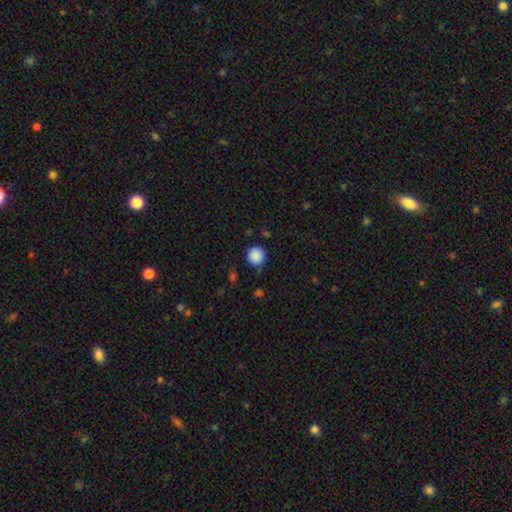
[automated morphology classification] A smooth galaxy with no disk features (88%) that is round (94%).

Vote fractions:
- Smooth or featured? smooth: 88% / star or artifact: 9% / featured or disk: 3%
- How rounded? round: 94% / in between: 5% / cigar-shaped: 1%
- Merging? none: 82% / minor disturbance: 13% / major disturbance: 3% / merger: 2%